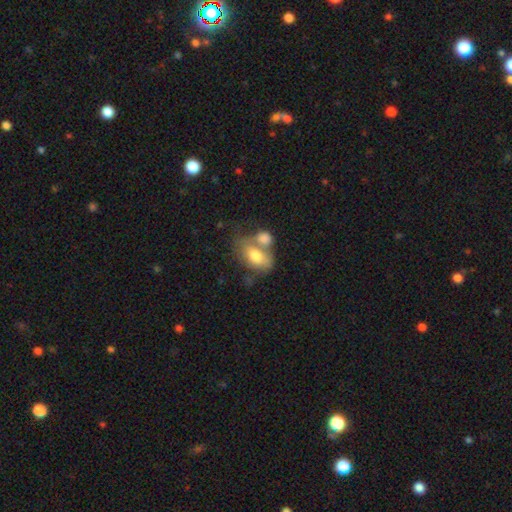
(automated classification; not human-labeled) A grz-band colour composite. It shows a smooth galaxy with no disk features (70%) that is in between round and cigar-shaped (86%). Merging: merger (53%).